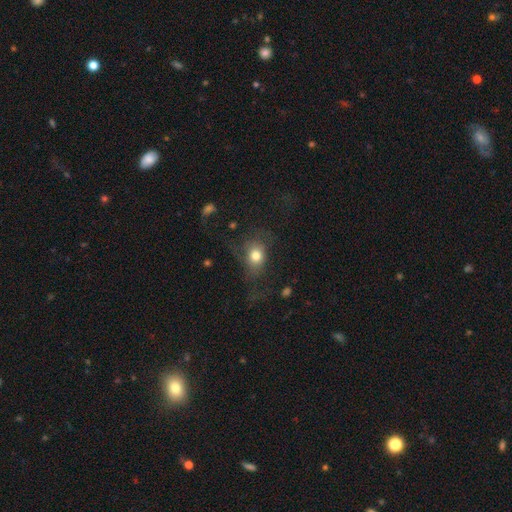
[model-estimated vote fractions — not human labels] Q: Smooth or featured?
A: smooth (73%); runner-up: featured or disk (15%)
Q: How rounded?
A: round (49%); tied with: in between (49%)
Q: Merging?
A: none (50%); runner-up: major disturbance (27%)